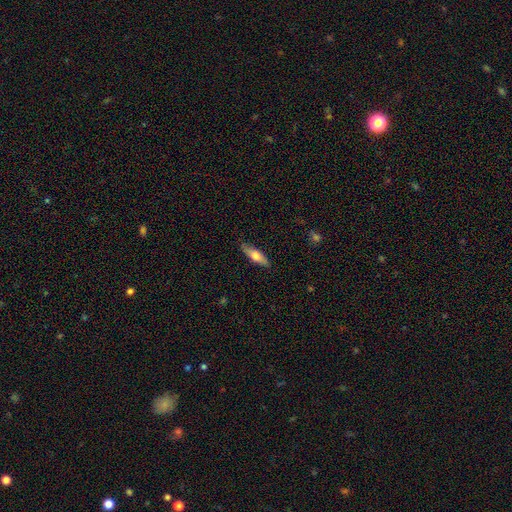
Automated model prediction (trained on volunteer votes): This is likely a smooth galaxy (60%). How rounded: likely cigar-shaped (61%). Merging: clearly none (85%).